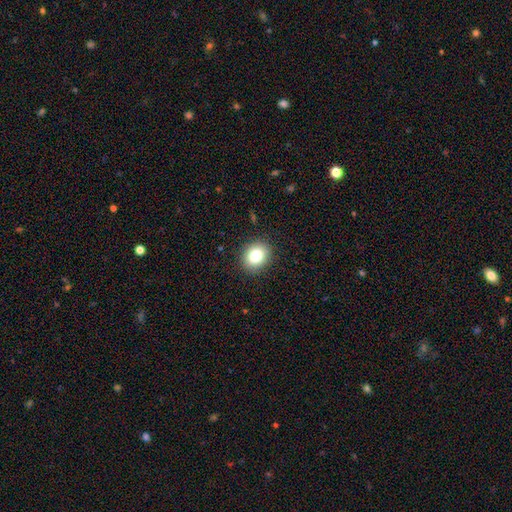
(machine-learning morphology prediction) A smooth galaxy with no disk features (83%) that is round (60%).

Vote fractions:
- Smooth or featured? smooth: 83% / star or artifact: 10% / featured or disk: 7%
- How rounded? round: 60% / in between: 39% / cigar-shaped: 1%
- Merging? none: 89% / minor disturbance: 8% / major disturbance: 2% / merger: 1%